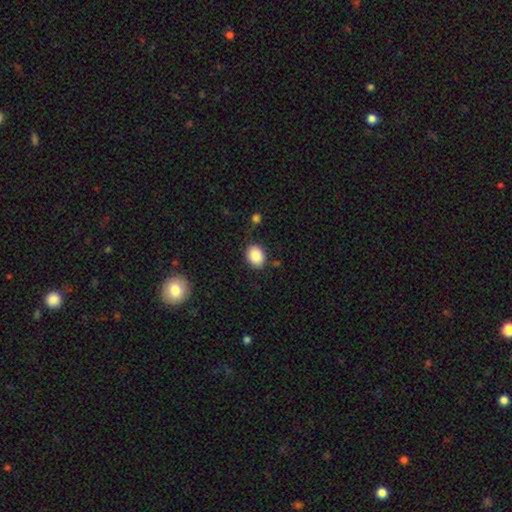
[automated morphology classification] smooth-or-featured: smooth: 87% | star or artifact: 8% | featured or disk: 5%
  how-rounded: in between: 58% | round: 42% | cigar-shaped: 1%
  merging: none: 82% | minor disturbance: 12% | major disturbance: 3% | merger: 3%